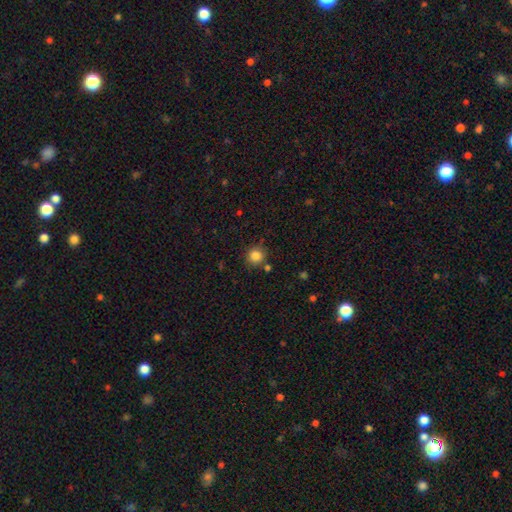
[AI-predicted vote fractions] Q: Smooth or featured?
A: smooth (84%); runner-up: star or artifact (11%)
Q: How rounded?
A: round (93%); runner-up: in between (6%)
Q: Merging?
A: none (83%); runner-up: minor disturbance (9%)